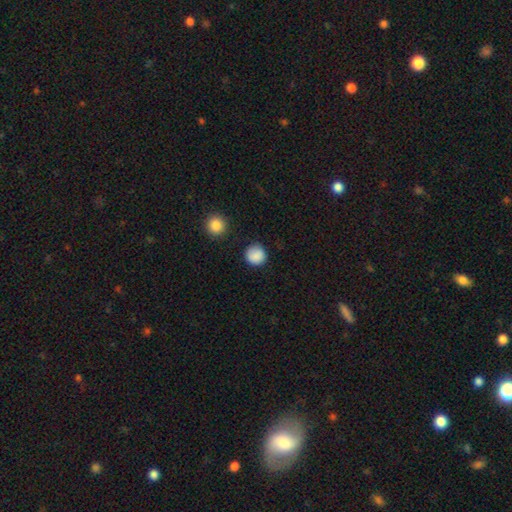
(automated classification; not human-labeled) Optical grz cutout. It shows a smooth galaxy with no disk features (88%) that is round (94%). Merging: none (85%).